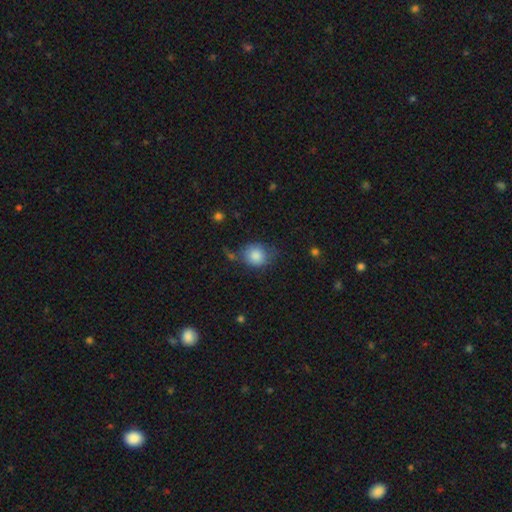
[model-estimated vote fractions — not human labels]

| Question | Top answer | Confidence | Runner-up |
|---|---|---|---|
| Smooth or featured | smooth | 85% | star or artifact (8%) |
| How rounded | round | 71% | in between (28%) |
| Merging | none | 60% | minor disturbance (26%) |